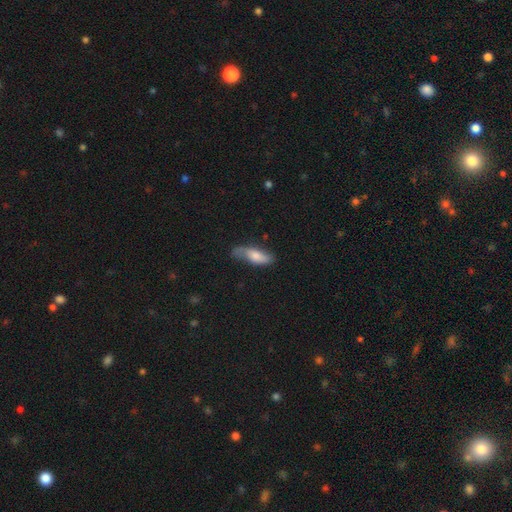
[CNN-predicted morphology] The model was most divided on "how rounded": in between: 54%, cigar-shaped: 44%, round: 3%. More confident: merging — none (65%); smooth or featured — smooth (56%).